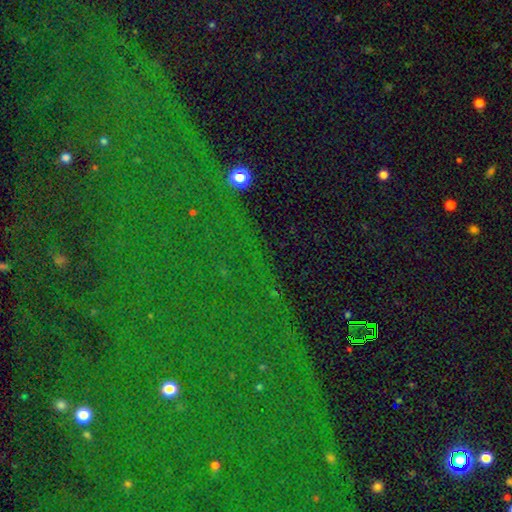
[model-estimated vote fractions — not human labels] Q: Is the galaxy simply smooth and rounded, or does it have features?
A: star or artifact — 85%.